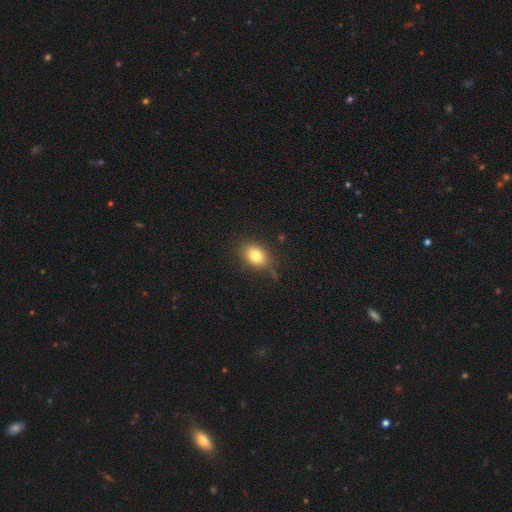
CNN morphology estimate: smooth 81%, star or artifact 10%, featured or disk 10%. Down the decision tree: how rounded — in between (73%); merging — none (78%).